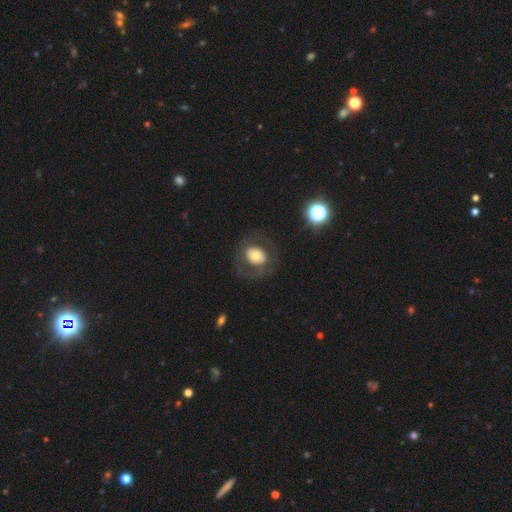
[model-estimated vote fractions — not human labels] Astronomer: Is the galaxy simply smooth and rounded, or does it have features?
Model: smooth — 53% (runner-up: featured or disk, 38%).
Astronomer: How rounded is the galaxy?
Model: round — 72%.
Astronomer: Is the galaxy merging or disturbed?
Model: none — 78%.